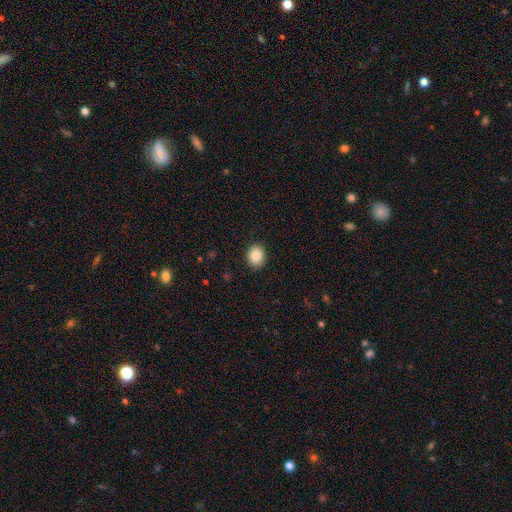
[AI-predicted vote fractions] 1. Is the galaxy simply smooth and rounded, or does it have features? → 85% smooth, 9% star or artifact, 6% featured or disk.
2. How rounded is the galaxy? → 56% round, 43% in between, 1% cigar-shaped.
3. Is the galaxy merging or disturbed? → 90% none, 7% minor disturbance, 2% major disturbance, 1% merger.